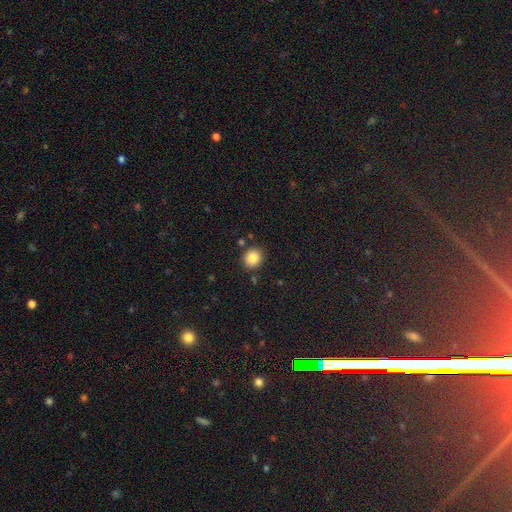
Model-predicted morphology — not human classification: Overall: smooth (85%). How rounded: round (83%). Merging: none (86%).